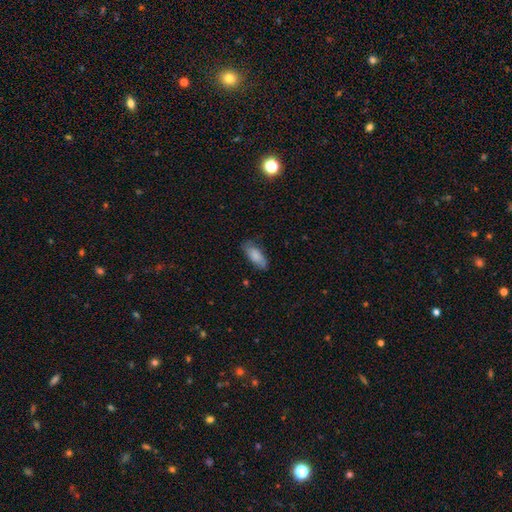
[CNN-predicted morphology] The model was most divided on "merging": none: 70%, minor disturbance: 24%, major disturbance: 5%, merger: 2%. More confident: how rounded — in between (81%); smooth or featured — smooth (79%).